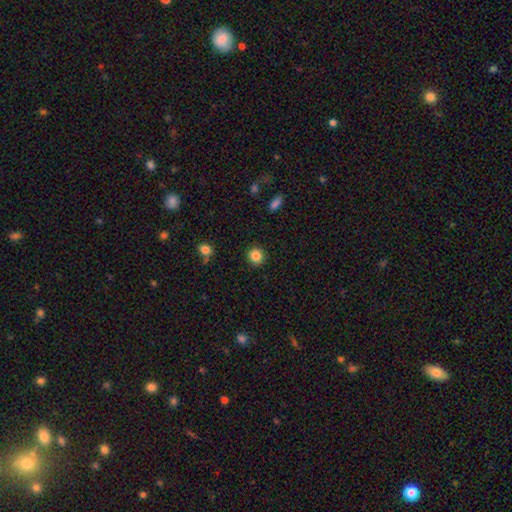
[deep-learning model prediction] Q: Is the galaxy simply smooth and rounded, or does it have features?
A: smooth — 85%.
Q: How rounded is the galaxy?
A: round — 91%.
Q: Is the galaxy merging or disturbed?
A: none — 91%.